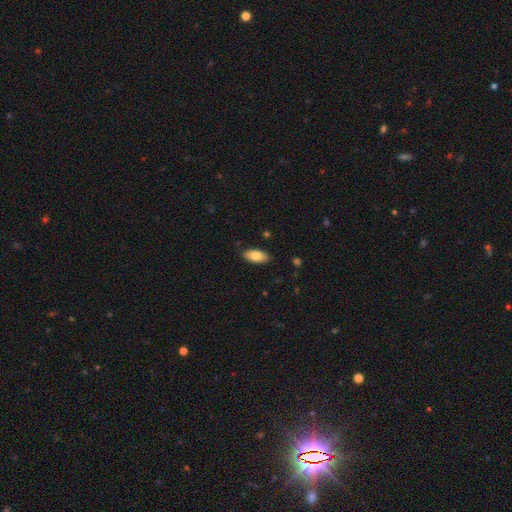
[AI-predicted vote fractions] Smooth or featured: smooth — 82% (featured or disk — 11%)
How rounded: in between — 90% (cigar-shaped — 8%)
Merging: none — 87% (minor disturbance — 10%)